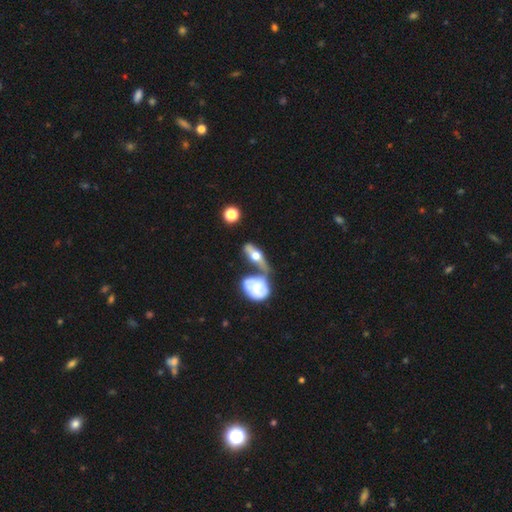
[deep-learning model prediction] smooth_or_featured: featured or disk (p=0.56) [alt: smooth p=0.37]
disk_edge_on: yes (p=0.56) [alt: no p=0.44]
merging: merger (p=0.52) [alt: none p=0.26]